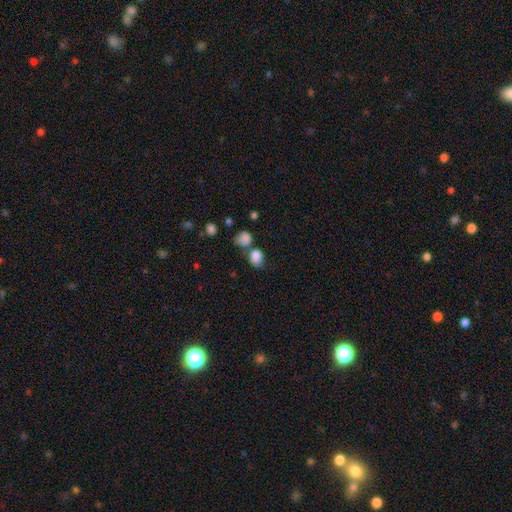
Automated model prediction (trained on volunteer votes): Morphology: type=smooth (83%); roundness=in between (55%); merging=none (44%).